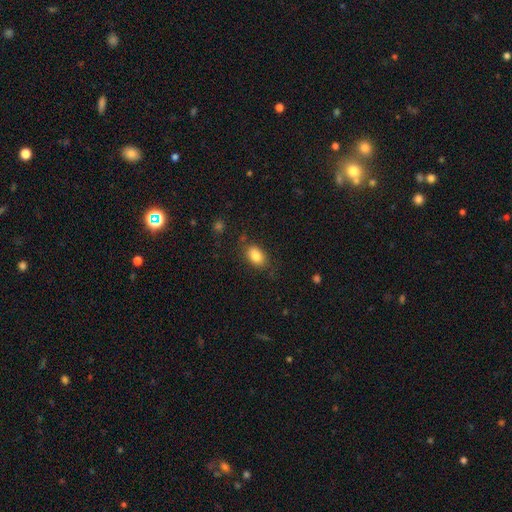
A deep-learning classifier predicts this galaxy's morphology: smooth-or-featured: smooth: 84% | star or artifact: 8% | featured or disk: 8%
  how-rounded: in between: 87% | round: 12% | cigar-shaped: 2%
  merging: none: 79% | minor disturbance: 14% | major disturbance: 4% | merger: 2%